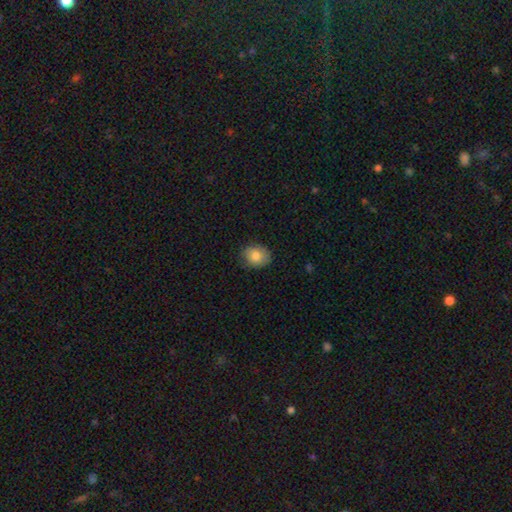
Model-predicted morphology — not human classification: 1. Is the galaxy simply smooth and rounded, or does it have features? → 82% smooth, 9% featured or disk, 9% star or artifact.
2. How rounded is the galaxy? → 62% round, 37% in between, 1% cigar-shaped.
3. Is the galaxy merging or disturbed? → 83% none, 13% minor disturbance, 3% major disturbance, 1% merger.